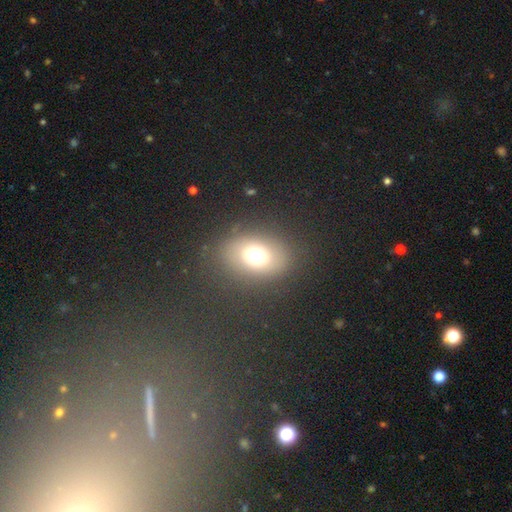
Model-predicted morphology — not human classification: Smooth or featured?
  - smooth: 70% *
  - featured or disk: 16%
  - star or artifact: 14%
How rounded?
  - in between: 68% *
  - round: 31%
  - cigar-shaped: 1%
Merging?
  - none: 80% *
  - minor disturbance: 11%
  - major disturbance: 7%
  - merger: 2%